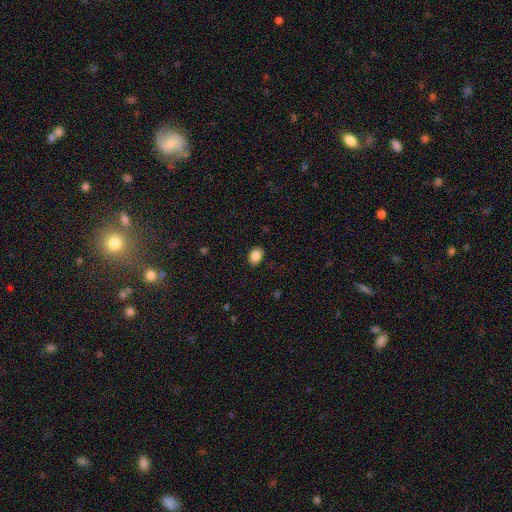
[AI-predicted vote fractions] Smooth or featured?
  - smooth: 87% *
  - star or artifact: 8%
  - featured or disk: 4%
How rounded?
  - in between: 74% *
  - round: 25%
  - cigar-shaped: 1%
Merging?
  - none: 88% *
  - minor disturbance: 9%
  - major disturbance: 2%
  - merger: 1%